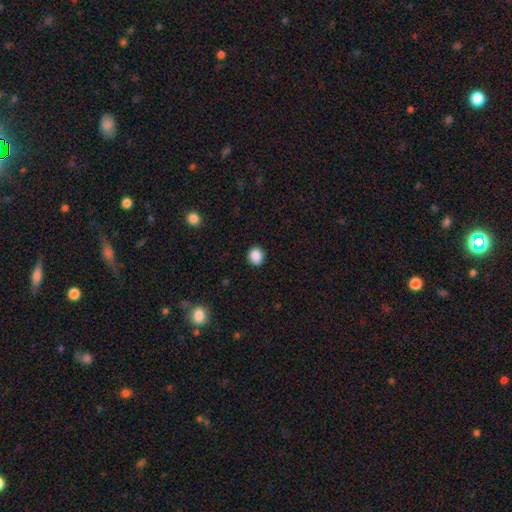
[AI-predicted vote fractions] Q: Smooth or featured?
A: smooth (88%); runner-up: star or artifact (9%)
Q: How rounded?
A: round (79%); runner-up: in between (20%)
Q: Merging?
A: none (90%); runner-up: minor disturbance (7%)